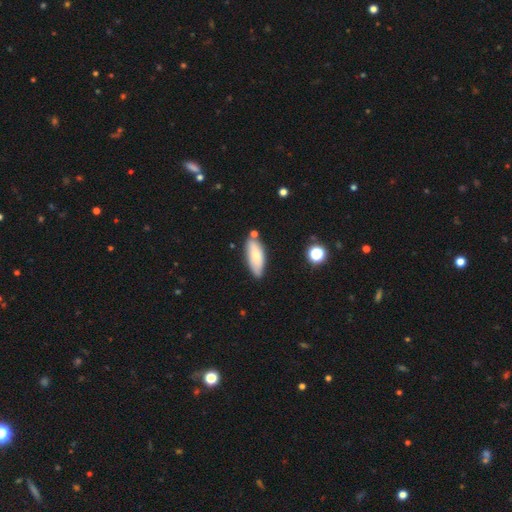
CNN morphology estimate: This is likely a smooth galaxy (73%). How rounded: likely in between (72%). Merging: likely none (70%).